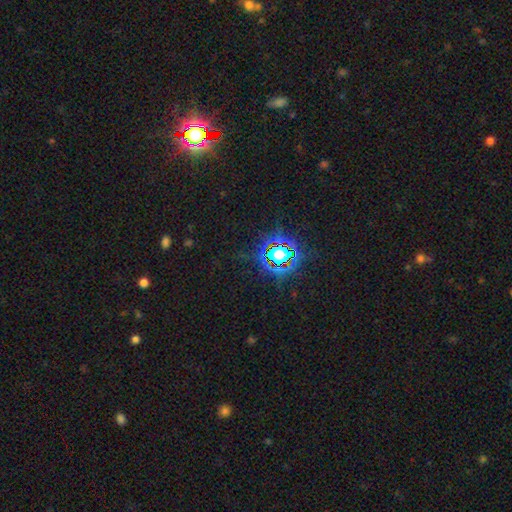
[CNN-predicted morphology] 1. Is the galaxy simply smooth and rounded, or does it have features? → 81% star or artifact, 11% smooth, 7% featured or disk.